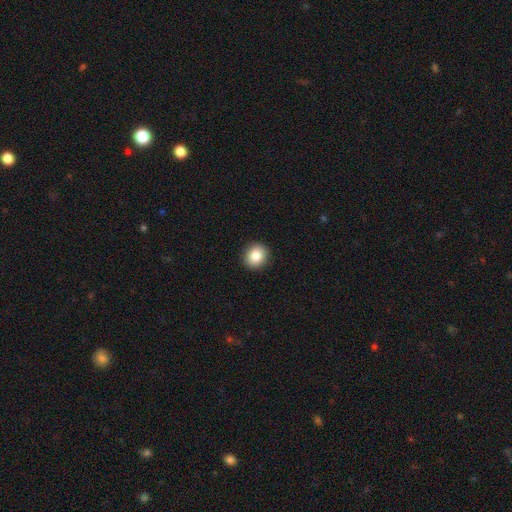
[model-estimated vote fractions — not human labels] This appears to be a smooth galaxy with no disk features (84%) that is round (84%). Merging: none (92%).